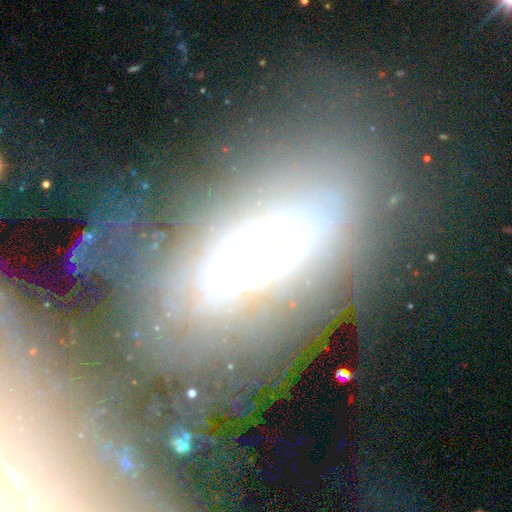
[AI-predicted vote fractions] Q: Smooth or featured?
A: featured or disk (64%); runner-up: smooth (22%)
Q: Edge-on disk?
A: no (65%); runner-up: yes (35%)
Q: Merging?
A: none (35%); runner-up: major disturbance (31%)